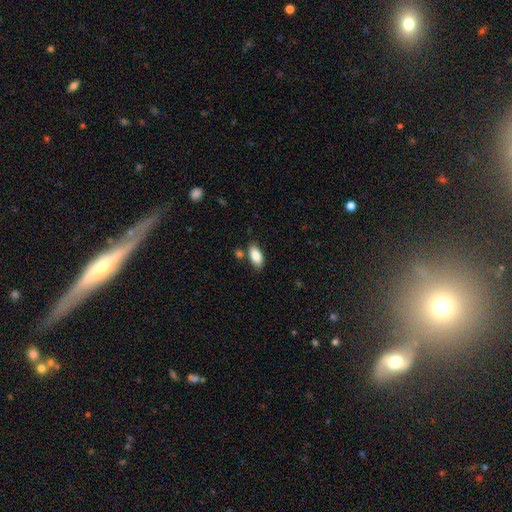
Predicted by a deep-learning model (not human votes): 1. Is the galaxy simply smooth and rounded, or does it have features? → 87% smooth, 7% star or artifact, 7% featured or disk.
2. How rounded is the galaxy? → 90% in between, 7% cigar-shaped, 3% round.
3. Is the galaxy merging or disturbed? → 79% none, 12% minor disturbance, 6% merger, 3% major disturbance.